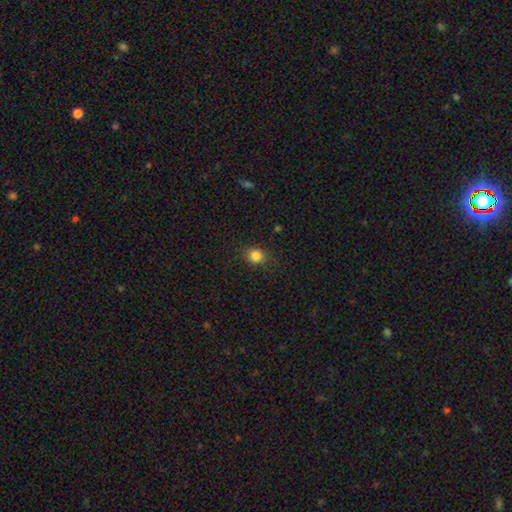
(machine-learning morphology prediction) smooth-or-featured: smooth: 84% | star or artifact: 12% | featured or disk: 4%
  how-rounded: round: 74% | in between: 25% | cigar-shaped: 1%
  merging: none: 86% | minor disturbance: 10% | major disturbance: 3% | merger: 1%